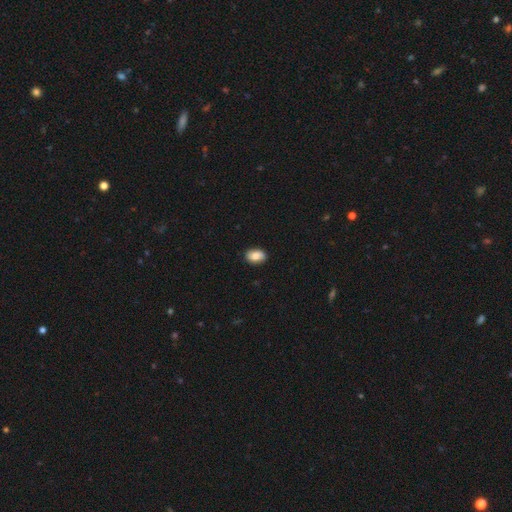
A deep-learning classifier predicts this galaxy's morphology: type=smooth (83%); roundness=in between (86%); merging=none (86%).